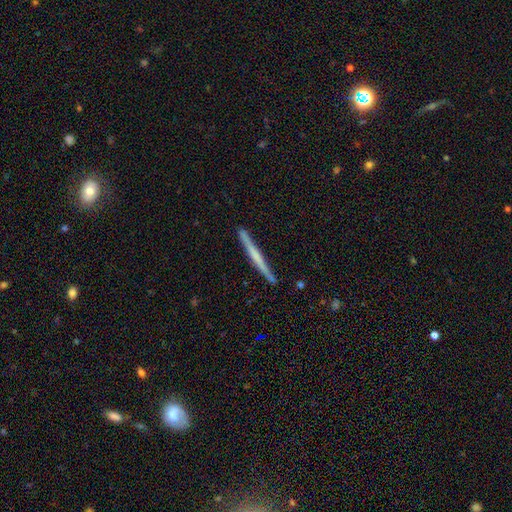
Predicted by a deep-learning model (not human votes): smooth-or-featured: featured or disk: 55% | smooth: 39% | star or artifact: 6%
  disk-edge-on: yes: 98% | no: 2%
    edge-on-bulge: none: 70% | rounded: 19% | boxy: 11%
  merging: none: 90% | minor disturbance: 8% | merger: 1% | major disturbance: 1%